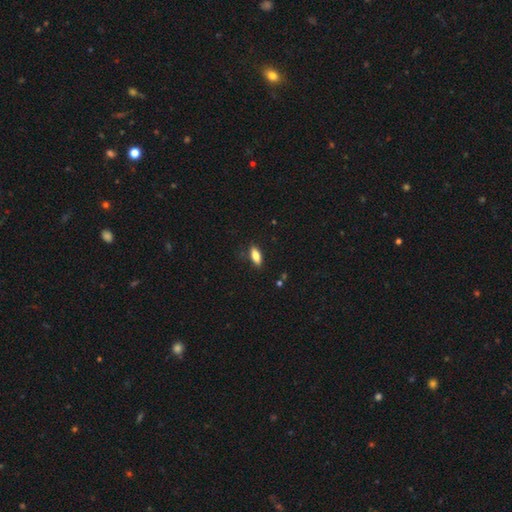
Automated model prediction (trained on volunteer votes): Smooth or featured? smooth (80%)
How rounded? in between (74%)
Merging? none (83%)